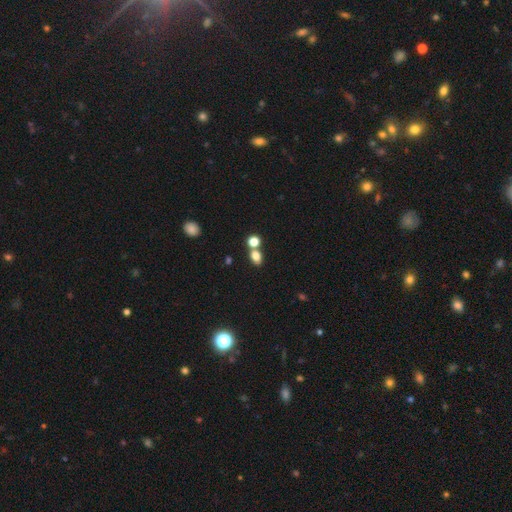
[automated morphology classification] smooth-or-featured: smooth: 79% | star or artifact: 13% | featured or disk: 8%
  how-rounded: in between: 65% | round: 33% | cigar-shaped: 2%
  merging: none: 54% | merger: 33% | minor disturbance: 9% | major disturbance: 4%